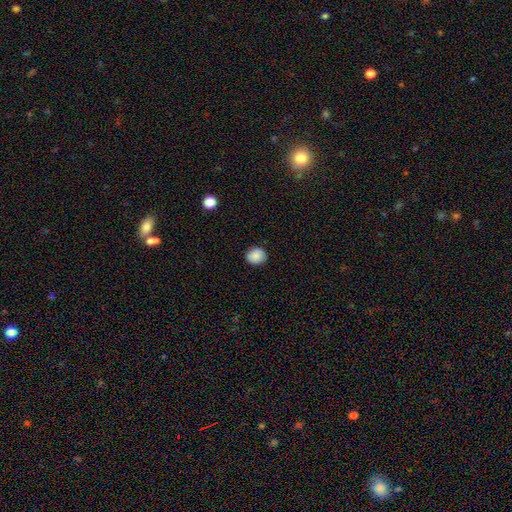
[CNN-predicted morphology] This is clearly a smooth galaxy (87%). How rounded: likely round (77%). Merging: clearly none (88%).